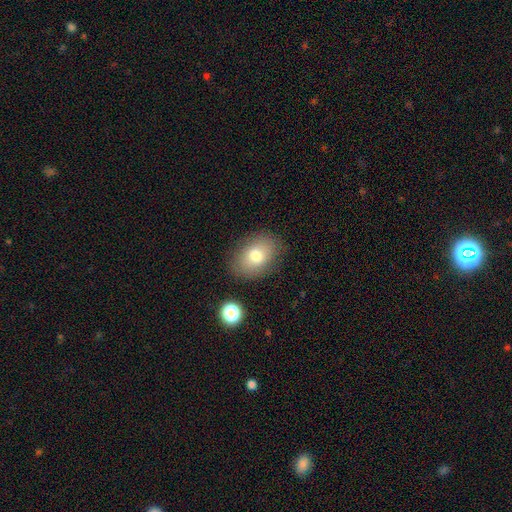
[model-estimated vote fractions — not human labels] Smooth or featured?
  - smooth: 76% *
  - featured or disk: 15%
  - star or artifact: 10%
How rounded?
  - in between: 77% *
  - round: 22%
  - cigar-shaped: 1%
Merging?
  - none: 82% *
  - minor disturbance: 12%
  - major disturbance: 4%
  - merger: 2%